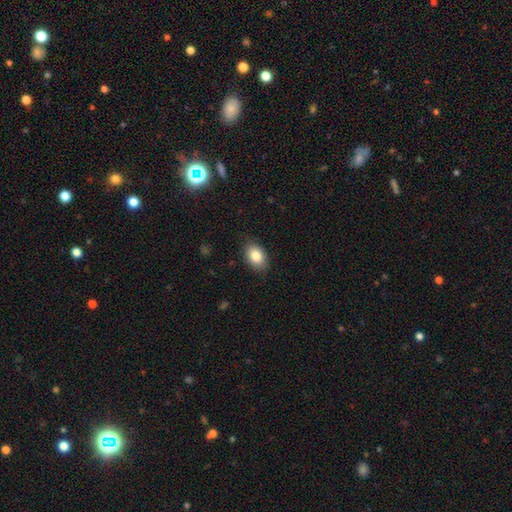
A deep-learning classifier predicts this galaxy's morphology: smooth-or-featured: smooth: 83% | featured or disk: 9% | star or artifact: 8%
  how-rounded: in between: 85% | round: 14% | cigar-shaped: 1%
  merging: none: 85% | minor disturbance: 12% | major disturbance: 3% | merger: 1%